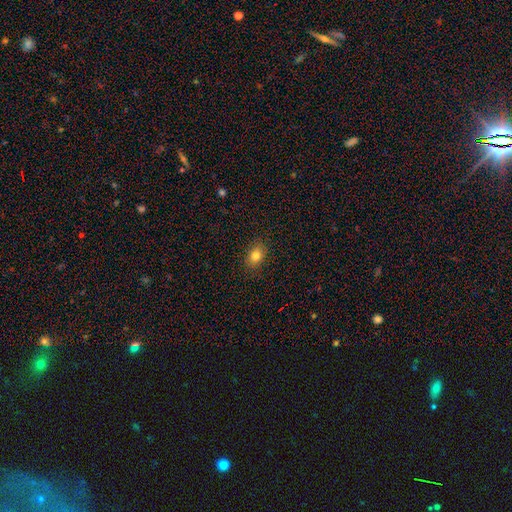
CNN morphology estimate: The model was most divided on "how rounded": in between: 74%, round: 25%, cigar-shaped: 1%. More confident: merging — none (88%); smooth or featured — smooth (81%).